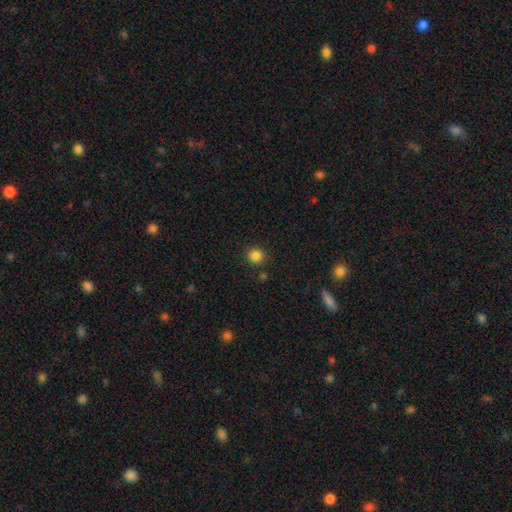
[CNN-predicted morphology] This appears to be a smooth galaxy with no disk features (85%) that is round (92%). Merging: none (88%).